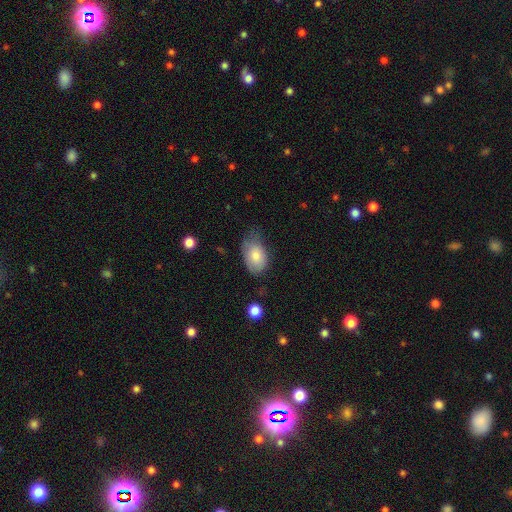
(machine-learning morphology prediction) This appears to be a smooth galaxy with no disk features (79%) that is in between round and cigar-shaped (90%). Merging: none (42%).